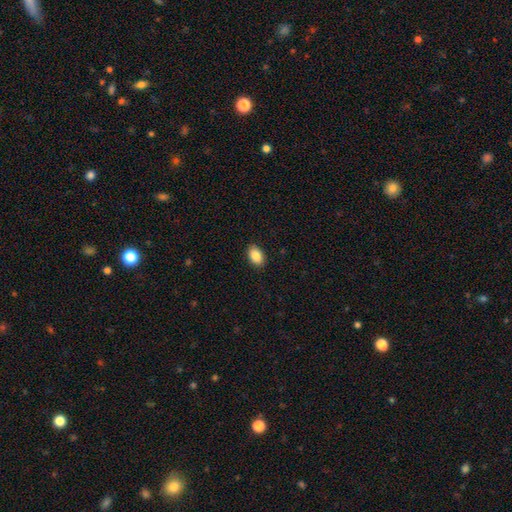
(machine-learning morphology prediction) Smooth or featured? smooth (89%)
How rounded? in between (89%)
Merging? none (89%)